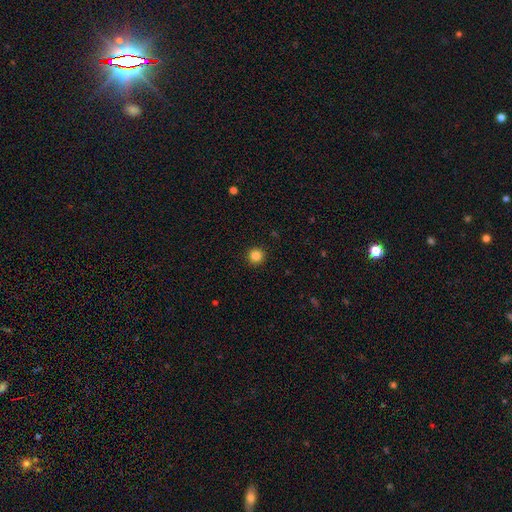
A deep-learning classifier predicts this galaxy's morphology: Smooth or featured?
  - smooth: 85% *
  - star or artifact: 11%
  - featured or disk: 4%
How rounded?
  - round: 96% *
  - in between: 3%
  - cigar-shaped: 1%
Merging?
  - none: 93% *
  - minor disturbance: 5%
  - major disturbance: 2%
  - merger: 1%